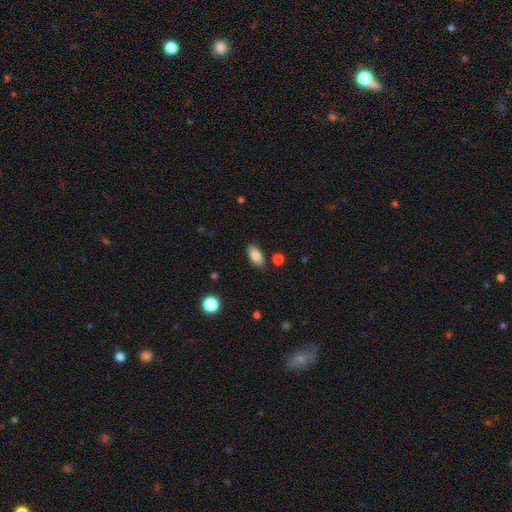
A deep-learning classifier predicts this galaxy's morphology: Smooth or featured? smooth (85%)
How rounded? in between (87%)
Merging? none (85%)